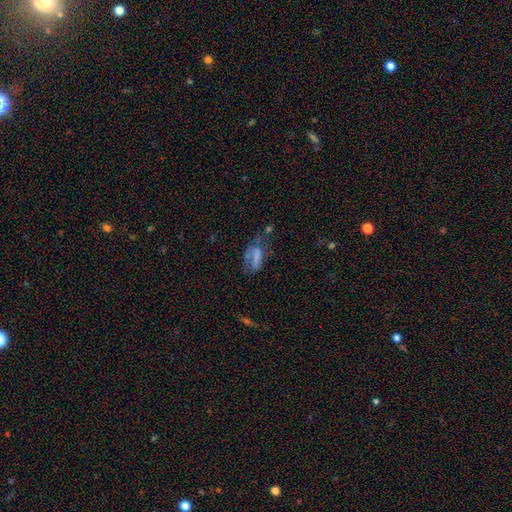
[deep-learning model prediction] Overall: smooth (56%; featured or disk 30%). How rounded: in between (83%). Merging: major disturbance (37%; none 29%).